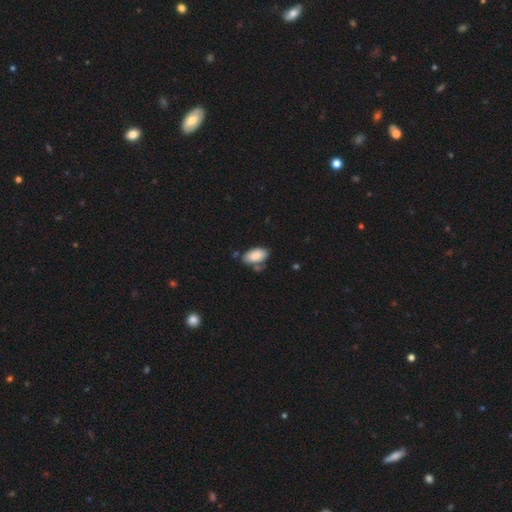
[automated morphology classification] This appears to be a smooth galaxy with no disk features (86%) that is in between round and cigar-shaped (95%). Merging: none (64%).